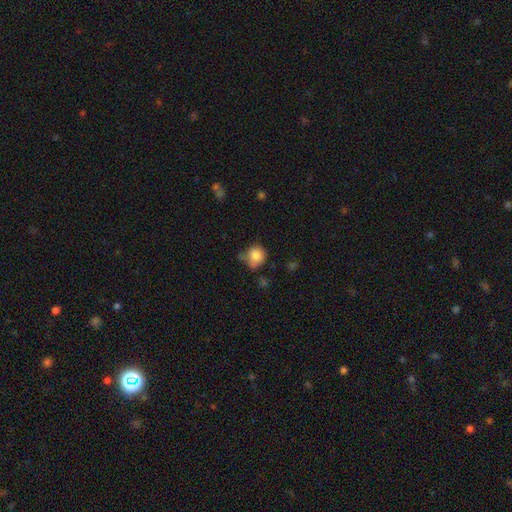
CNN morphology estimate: Smooth or featured?
  - smooth: 82% *
  - star or artifact: 9%
  - featured or disk: 9%
How rounded?
  - round: 83% *
  - in between: 16%
  - cigar-shaped: 1%
Merging?
  - none: 53% *
  - minor disturbance: 29%
  - merger: 9%
  - major disturbance: 9%